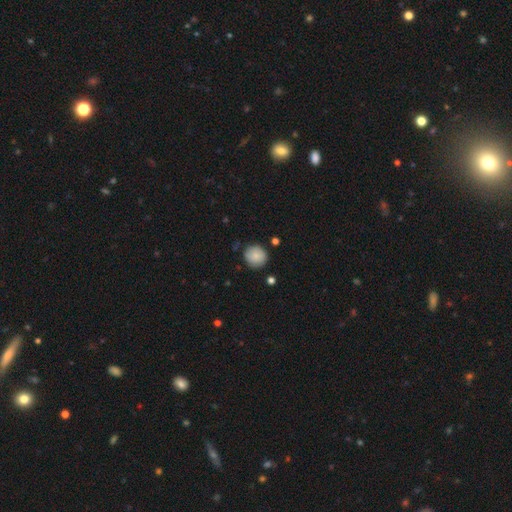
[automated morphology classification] This is clearly a smooth galaxy (85%). How rounded: clearly round (92%). Merging: clearly none (83%).